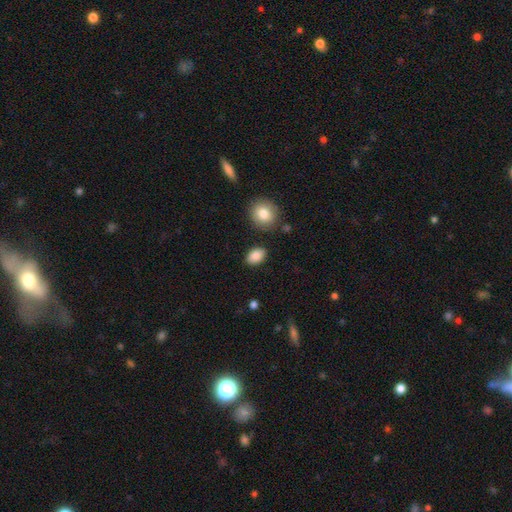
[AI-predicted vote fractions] A smooth galaxy with no disk features (88%) that is in between round and cigar-shaped (83%). Merging: none (86%).